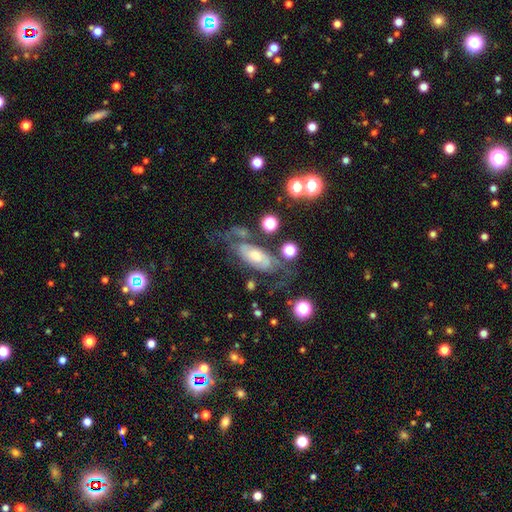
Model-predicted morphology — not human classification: Smooth or featured? featured or disk (71%)
Edge-on disk? no (87%)
Bar? no (69%)
Spiral arms? yes (79%)
Bulge size? moderate (44%)
Merging? none (54%)